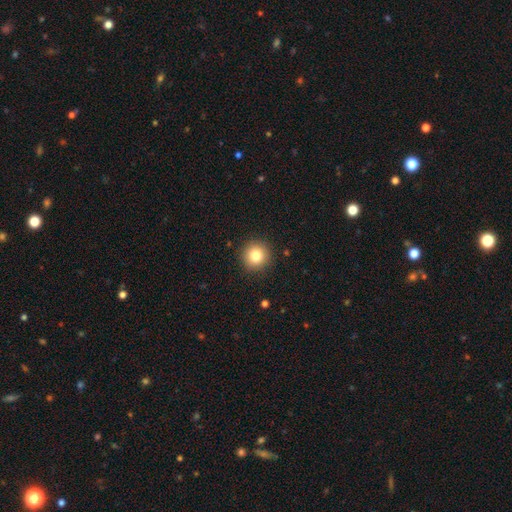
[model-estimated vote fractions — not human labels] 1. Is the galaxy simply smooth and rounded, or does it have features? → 82% smooth, 11% star or artifact, 8% featured or disk.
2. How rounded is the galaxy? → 94% round, 5% in between, 1% cigar-shaped.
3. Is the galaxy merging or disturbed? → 91% none, 6% minor disturbance, 2% major disturbance, 1% merger.